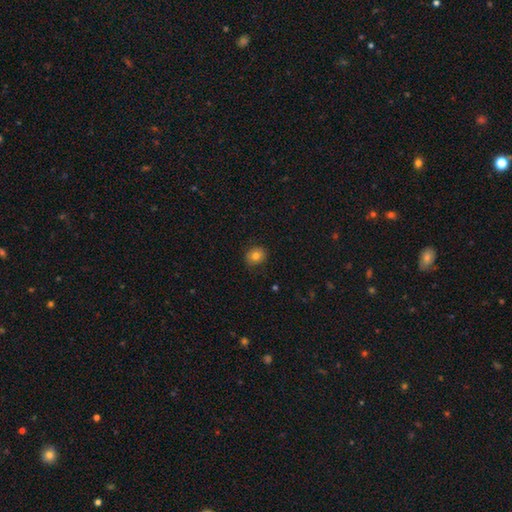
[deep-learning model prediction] smooth-or-featured: smooth: 80% | featured or disk: 10% | star or artifact: 10%
  how-rounded: round: 66% | in between: 33% | cigar-shaped: 1%
  merging: none: 84% | minor disturbance: 12% | major disturbance: 2% | merger: 1%